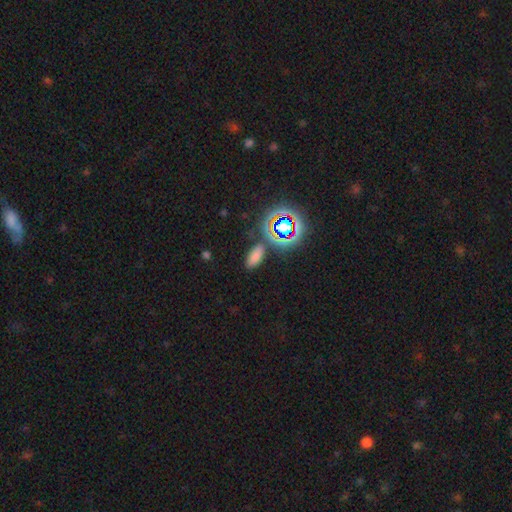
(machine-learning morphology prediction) Smooth or featured? smooth (71%)
How rounded? in between (83%)
Merging? none (79%)